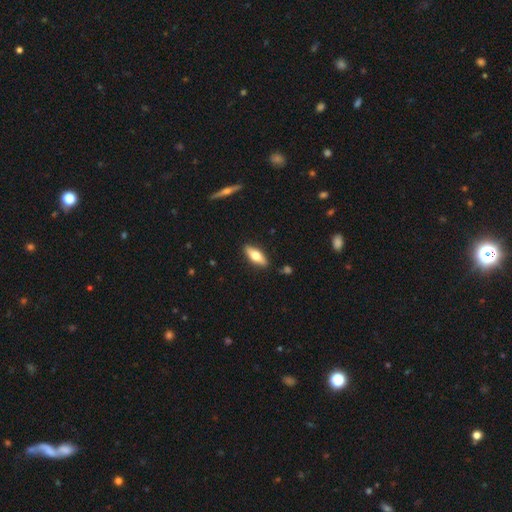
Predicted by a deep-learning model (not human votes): Smooth or featured: smooth — 59% (featured or disk — 35%)
How rounded: in between — 62% (cigar-shaped — 36%)
Merging: none — 88% (minor disturbance — 9%)